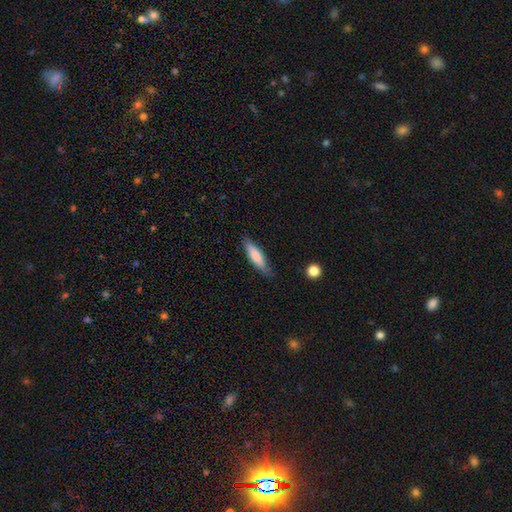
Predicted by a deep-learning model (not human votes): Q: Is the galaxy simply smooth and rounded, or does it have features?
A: smooth — 77%.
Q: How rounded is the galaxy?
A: cigar-shaped — 64%.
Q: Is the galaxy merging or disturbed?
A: none — 75%.